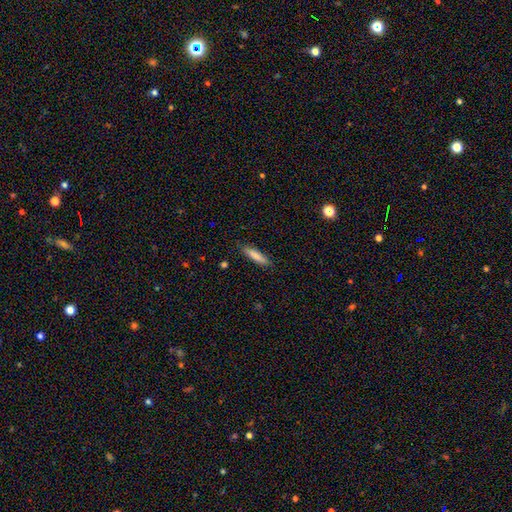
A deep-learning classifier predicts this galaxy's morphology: smooth-or-featured: smooth: 83% | featured or disk: 11% | star or artifact: 6%
  how-rounded: cigar-shaped: 79% | in between: 20% | round: 1%
  merging: none: 87% | minor disturbance: 10% | major disturbance: 2% | merger: 1%